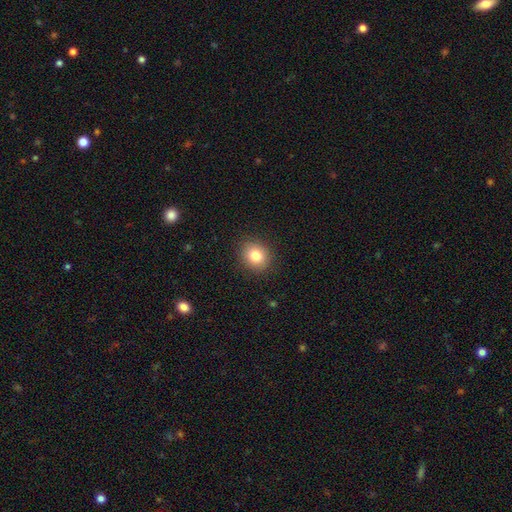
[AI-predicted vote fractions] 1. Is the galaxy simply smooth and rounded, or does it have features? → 82% smooth, 10% star or artifact, 8% featured or disk.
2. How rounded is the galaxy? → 73% round, 26% in between, 1% cigar-shaped.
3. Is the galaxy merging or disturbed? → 89% none, 7% minor disturbance, 2% major disturbance, 1% merger.